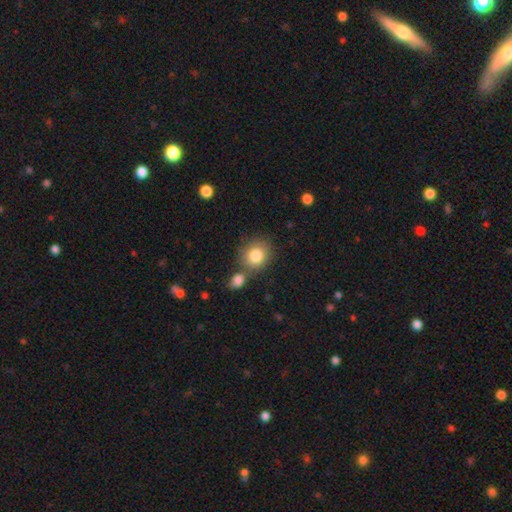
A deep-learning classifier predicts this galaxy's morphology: A smooth galaxy with no disk features (83%) that is round (78%).

Vote fractions:
- Smooth or featured? smooth: 83% / star or artifact: 8% / featured or disk: 8%
- How rounded? round: 78% / in between: 21% / cigar-shaped: 1%
- Merging? none: 63% / merger: 23% / minor disturbance: 11% / major disturbance: 4%